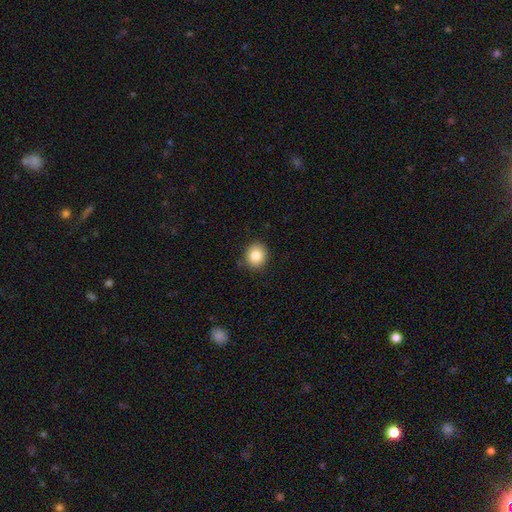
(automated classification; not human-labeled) smooth-or-featured: smooth: 83% | star or artifact: 10% | featured or disk: 7%
  how-rounded: round: 81% | in between: 18% | cigar-shaped: 1%
  merging: none: 88% | minor disturbance: 9% | major disturbance: 2% | merger: 1%